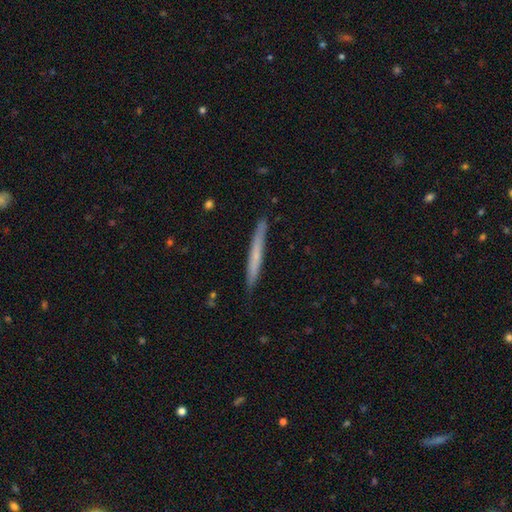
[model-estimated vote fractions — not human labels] Morphology: type=smooth (55%); roundness=cigar-shaped (97%); merging=none (88%).